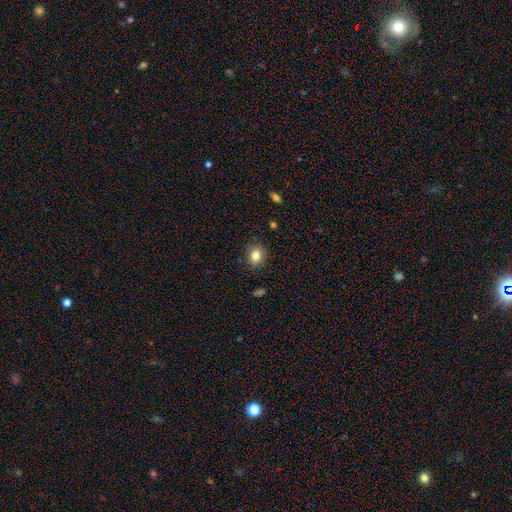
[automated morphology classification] Smooth or featured? Predicted: smooth (p=0.81). How rounded? Predicted: round (p=0.68). Merging? Predicted: none (p=0.87).